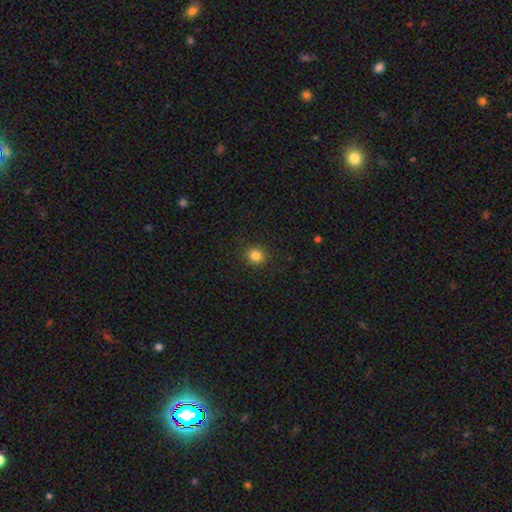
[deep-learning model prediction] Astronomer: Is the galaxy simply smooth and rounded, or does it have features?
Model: smooth — 84%.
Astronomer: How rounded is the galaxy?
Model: round — 80%.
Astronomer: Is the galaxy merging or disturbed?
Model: none — 90%.